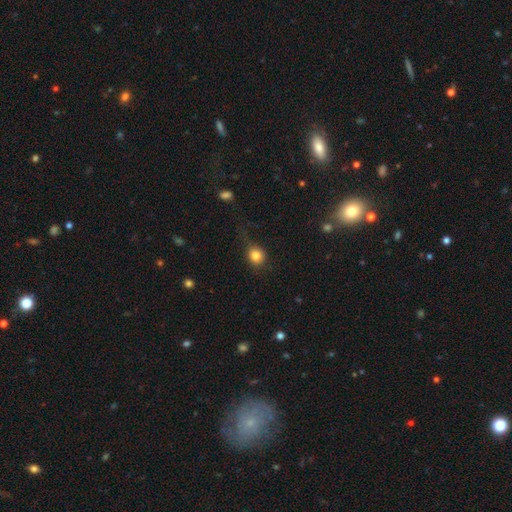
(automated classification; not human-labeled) Morphology: type=smooth (83%); roundness=round (78%); merging=none (61%).